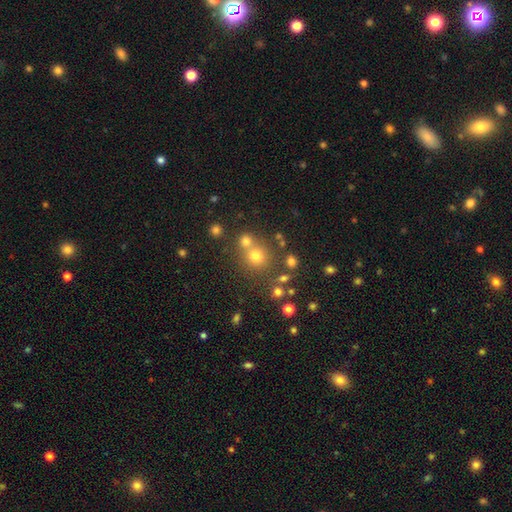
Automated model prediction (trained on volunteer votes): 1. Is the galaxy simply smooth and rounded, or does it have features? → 72% smooth, 19% star or artifact, 9% featured or disk.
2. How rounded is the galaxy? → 88% round, 11% in between, 1% cigar-shaped.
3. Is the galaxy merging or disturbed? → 61% none, 27% merger, 8% minor disturbance, 4% major disturbance.